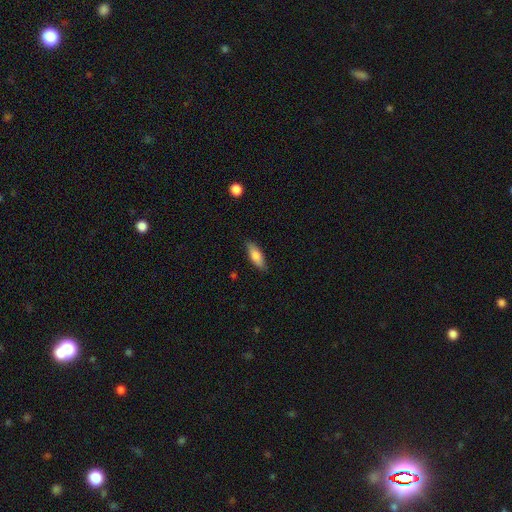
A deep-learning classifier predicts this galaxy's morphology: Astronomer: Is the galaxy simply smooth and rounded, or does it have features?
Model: smooth — 78%.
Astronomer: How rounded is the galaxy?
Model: in between — 63%.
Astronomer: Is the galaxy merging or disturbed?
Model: none — 85%.